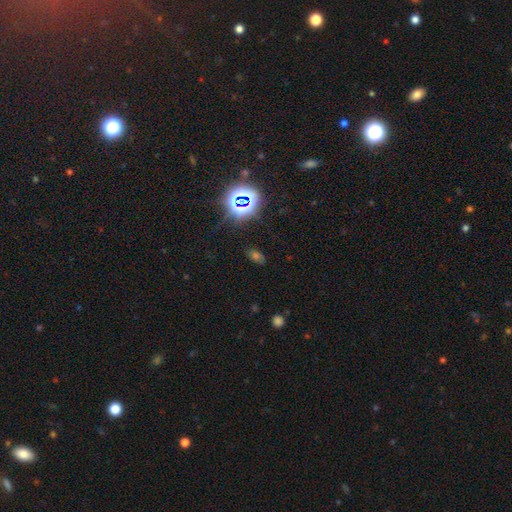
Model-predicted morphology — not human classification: Q: Smooth or featured?
A: star or artifact (51%); runner-up: smooth (39%)